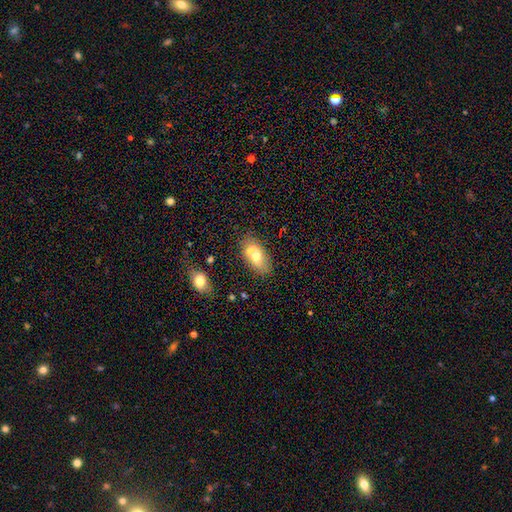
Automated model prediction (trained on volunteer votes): This appears to be a smooth galaxy with no disk features (62%) that is in between round and cigar-shaped (86%). Merging: none (51%).